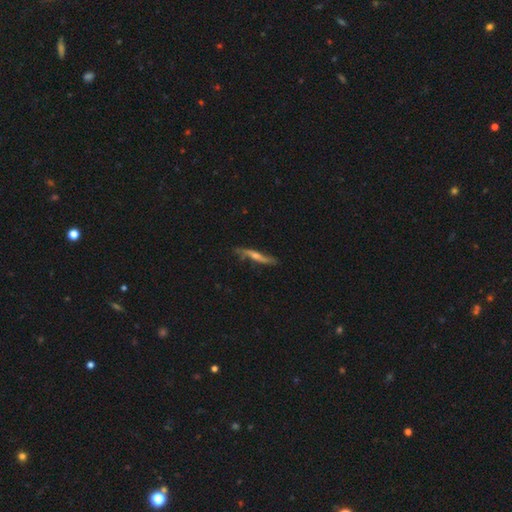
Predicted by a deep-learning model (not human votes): featured or disk 69%, smooth 24%, star or artifact 7%. Down the decision tree: edge-on disk — yes (80%); edge-on bulge — rounded (73%); merging — none (75%).